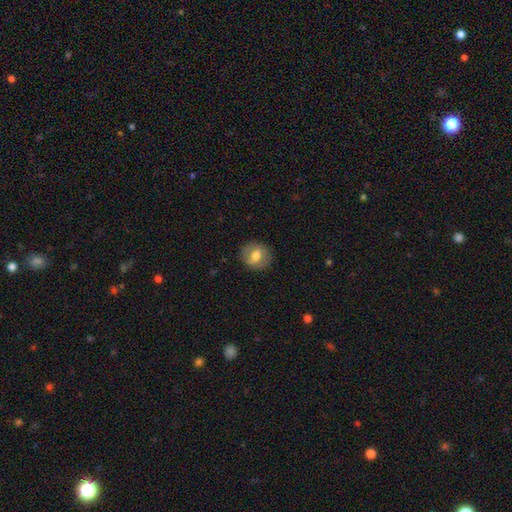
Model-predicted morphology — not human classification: smooth_or_featured: smooth (p=0.68) [alt: featured or disk p=0.24]
how_rounded: round (p=0.75) [alt: in between p=0.23]
merging: none (p=0.87) [alt: minor disturbance p=0.09]